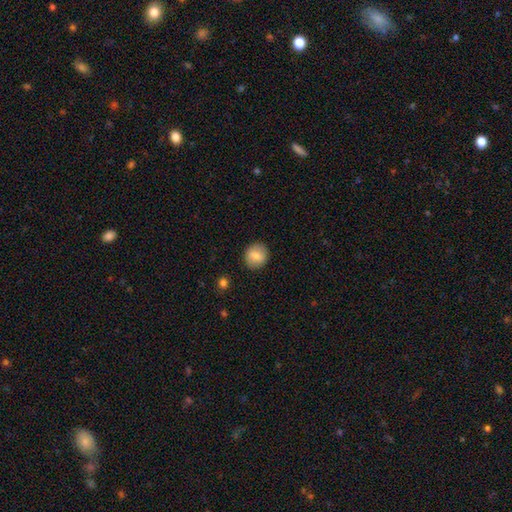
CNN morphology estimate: smooth 79%, featured or disk 13%, star or artifact 8%. Down the decision tree: how rounded — round (82%); merging — none (88%).